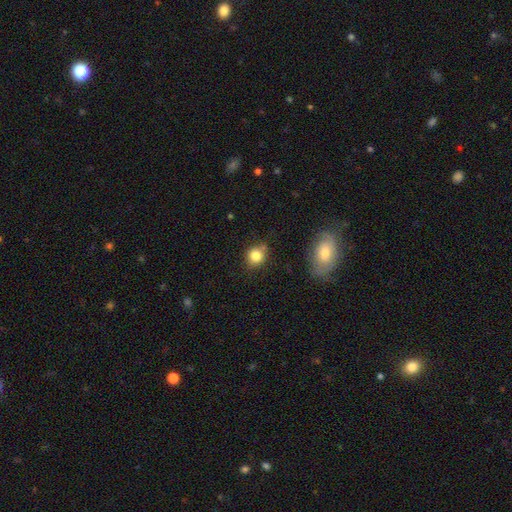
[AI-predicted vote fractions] A smooth galaxy with no disk features (83%) that is round (80%). Merging: none (71%).